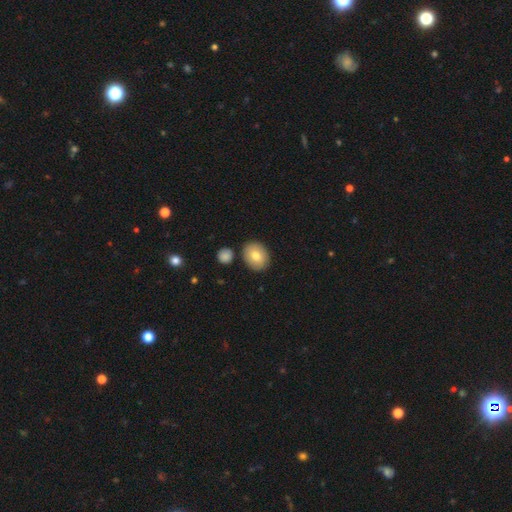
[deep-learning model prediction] The model was most divided on "how rounded": in between: 53%, round: 46%, cigar-shaped: 1%. More confident: merging — none (83%); smooth or featured — smooth (78%).